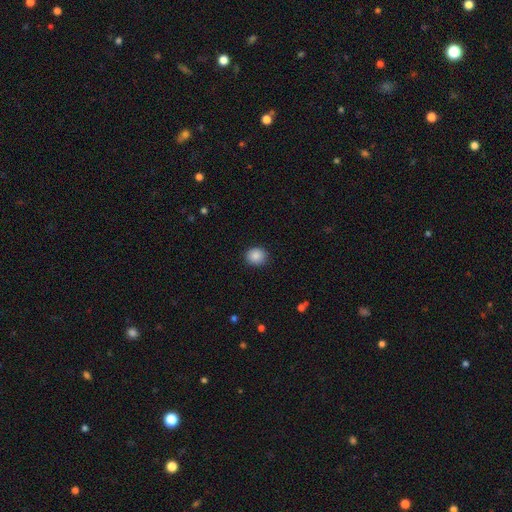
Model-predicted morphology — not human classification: Q: Smooth or featured?
A: smooth (87%); runner-up: star or artifact (9%)
Q: How rounded?
A: round (79%); runner-up: in between (20%)
Q: Merging?
A: none (90%); runner-up: minor disturbance (7%)